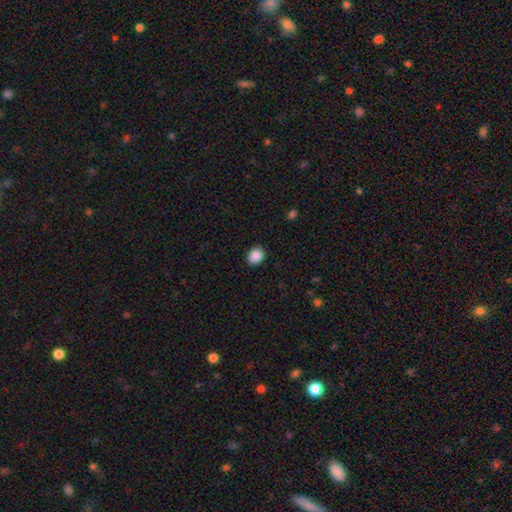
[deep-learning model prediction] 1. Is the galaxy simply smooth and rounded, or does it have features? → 88% smooth, 9% star or artifact, 3% featured or disk.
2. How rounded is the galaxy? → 66% round, 33% in between, 1% cigar-shaped.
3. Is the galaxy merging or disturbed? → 90% none, 7% minor disturbance, 2% major disturbance, 1% merger.